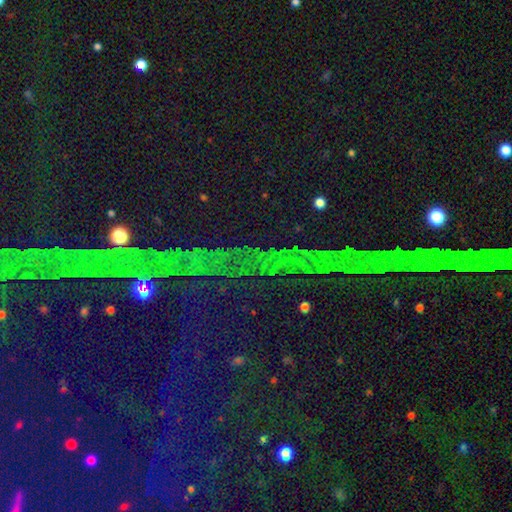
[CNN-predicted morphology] This is likely a star or artifact rather than a galaxy (79%).